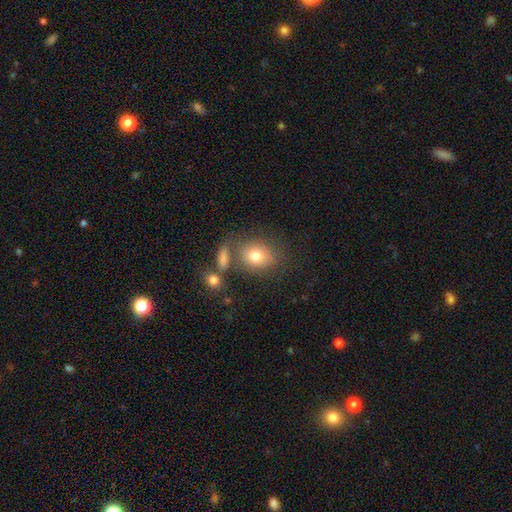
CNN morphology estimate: Smooth or featured? Predicted: smooth (p=0.76). How rounded? Predicted: round (p=0.54). Merging? Predicted: none (p=0.64).